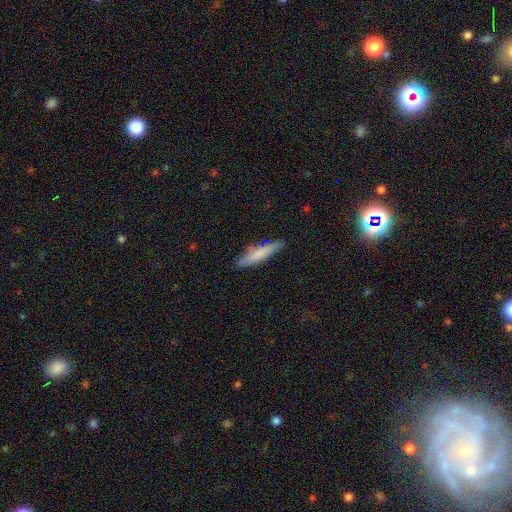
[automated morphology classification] smooth-or-featured: smooth: 66% | featured or disk: 26% | star or artifact: 7%
  how-rounded: cigar-shaped: 87% | in between: 11% | round: 2%
  merging: none: 86% | minor disturbance: 10% | major disturbance: 2% | merger: 2%